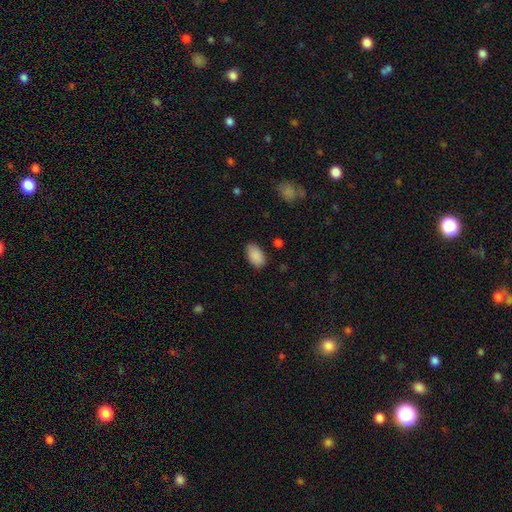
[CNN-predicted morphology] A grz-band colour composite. It shows a smooth galaxy with no disk features (90%) that is in between round and cigar-shaped (94%). Merging: none (84%).